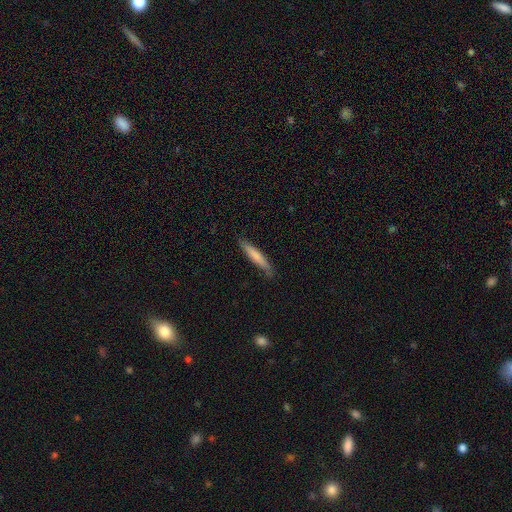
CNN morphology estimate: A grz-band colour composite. It shows a smooth galaxy with no disk features (74%) that is cigar-shaped (92%). Merging: none (83%).